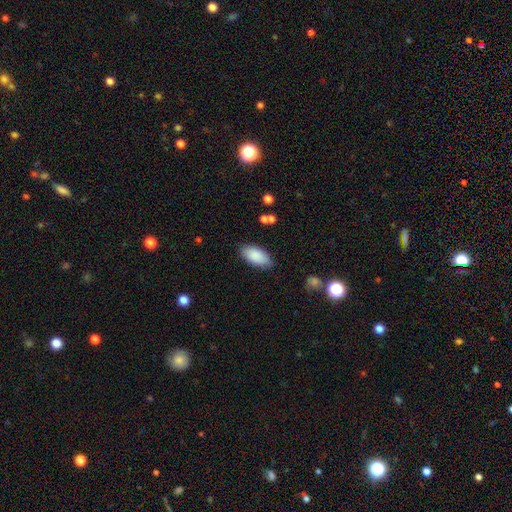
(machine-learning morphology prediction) Overall: smooth (88%). How rounded: in between (92%). Merging: none (83%).